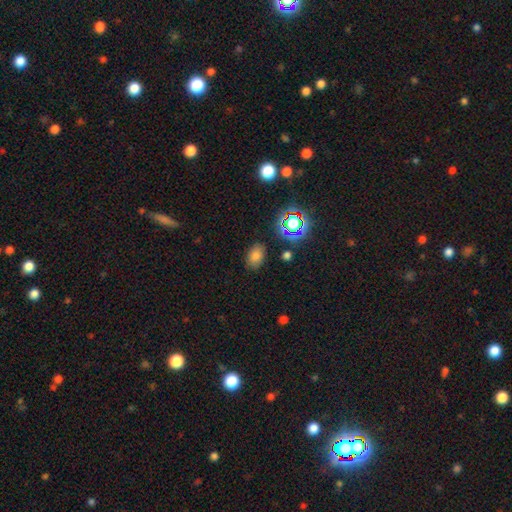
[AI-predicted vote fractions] Smooth or featured: smooth — 74% (star or artifact — 19%)
How rounded: in between — 81% (round — 18%)
Merging: none — 83% (minor disturbance — 11%)